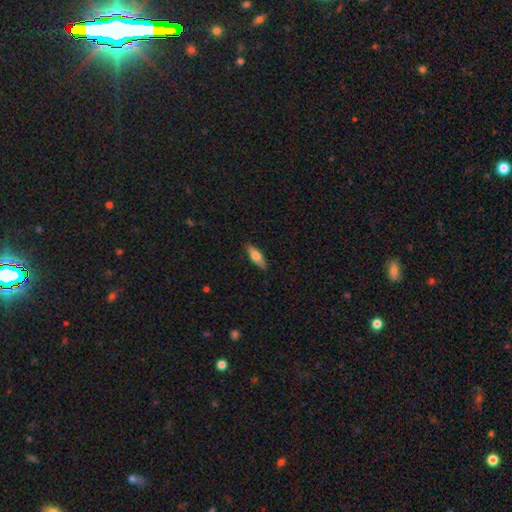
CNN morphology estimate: A smooth galaxy with no disk features (58%) that is in between round and cigar-shaped (50%). Merging: none (87%).